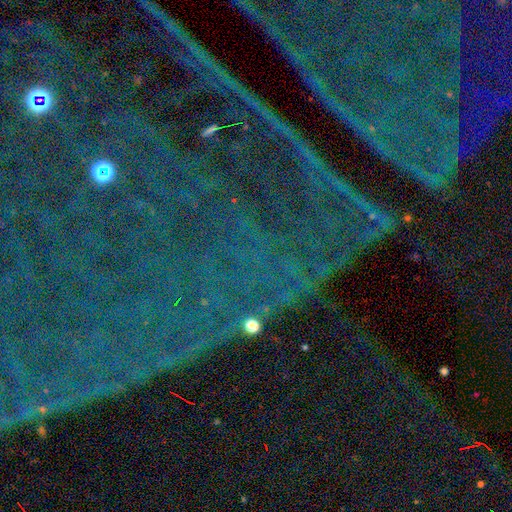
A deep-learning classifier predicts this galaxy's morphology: Smooth or featured? star or artifact (86%)